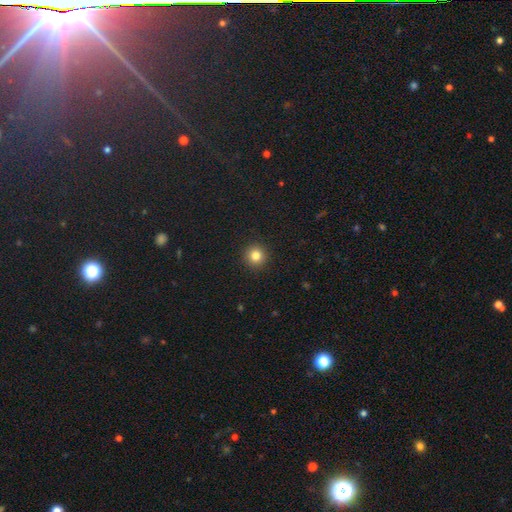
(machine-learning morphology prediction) A smooth galaxy with no disk features (82%) that is round (95%). Merging: none (93%).